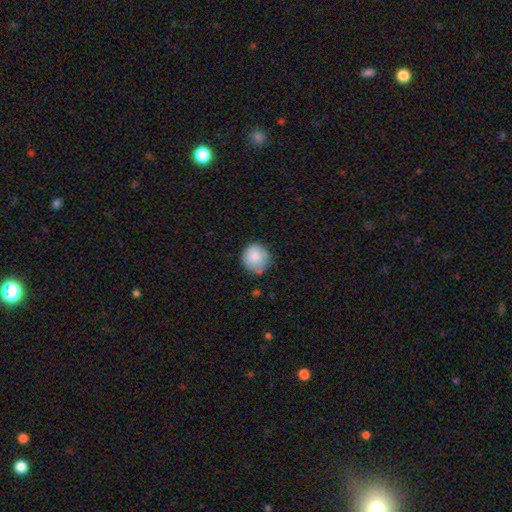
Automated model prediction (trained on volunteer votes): smooth 84%, featured or disk 9%, star or artifact 7%. Down the decision tree: how rounded — round (87%); merging — none (73%).